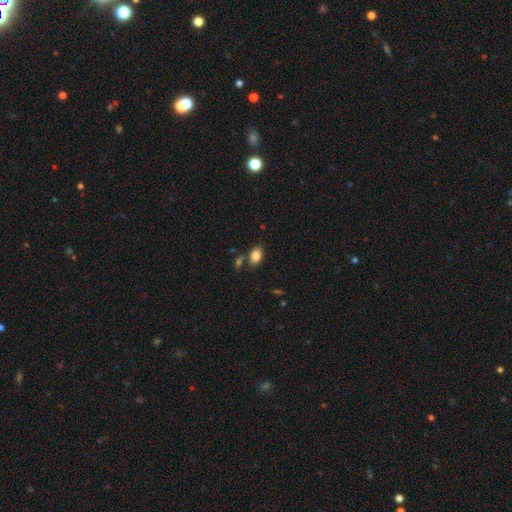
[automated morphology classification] type=smooth (85%); roundness=in between (85%); merging=none (72%).